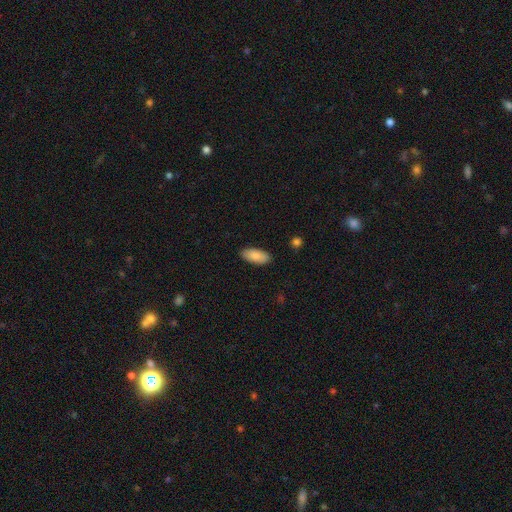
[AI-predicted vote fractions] smooth_or_featured: smooth (p=0.87) [alt: featured or disk p=0.07]
how_rounded: in between (p=0.90) [alt: cigar-shaped p=0.09]
merging: none (p=0.88) [alt: minor disturbance p=0.09]